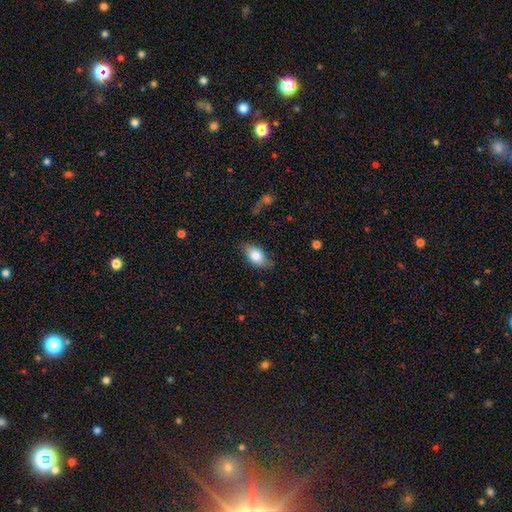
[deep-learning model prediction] A smooth galaxy with no disk features (78%) that is in between round and cigar-shaped (89%).

Vote fractions:
- Smooth or featured? smooth: 78% / featured or disk: 15% / star or artifact: 7%
- How rounded? in between: 89% / round: 6% / cigar-shaped: 4%
- Merging? none: 77% / minor disturbance: 17% / major disturbance: 4% / merger: 1%